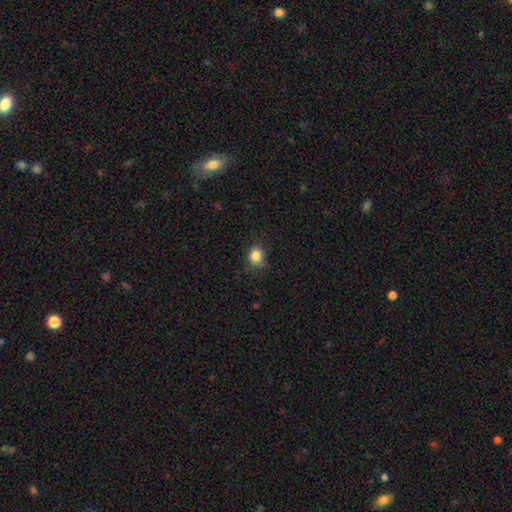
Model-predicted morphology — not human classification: Smooth or featured? Predicted: smooth (p=0.84). How rounded? Predicted: round (p=0.73). Merging? Predicted: none (p=0.73).